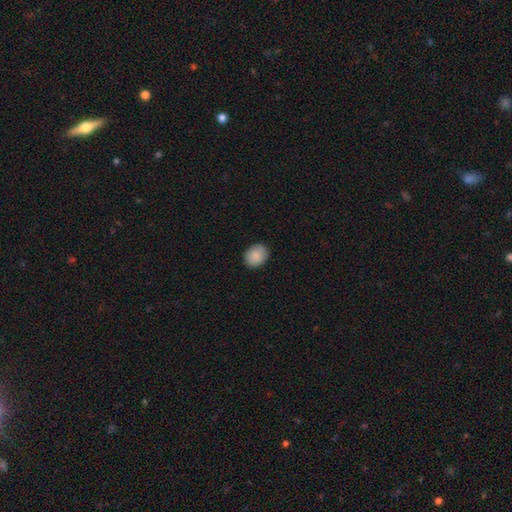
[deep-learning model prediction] Q: Smooth or featured?
A: smooth (90%); runner-up: star or artifact (7%)
Q: How rounded?
A: in between (52%); runner-up: round (47%)
Q: Merging?
A: none (87%); runner-up: minor disturbance (10%)